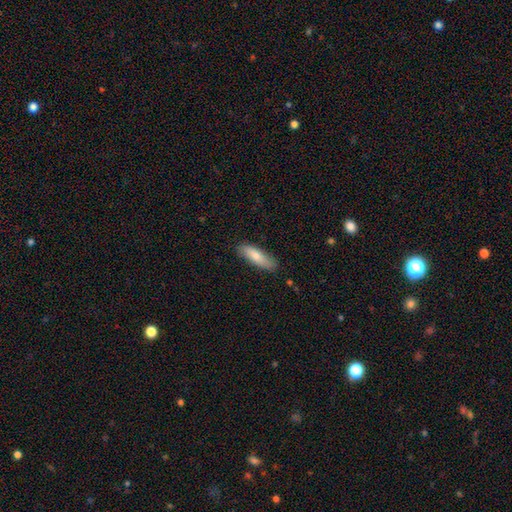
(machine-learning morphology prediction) Overall: smooth (76%). How rounded: cigar-shaped (49%, tied with in between). Merging: none (83%).